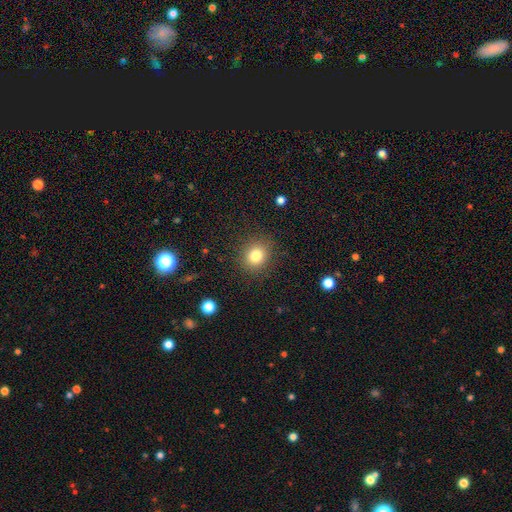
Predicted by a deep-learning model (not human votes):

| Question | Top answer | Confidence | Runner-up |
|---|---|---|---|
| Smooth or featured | smooth | 81% | star or artifact (12%) |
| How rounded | round | 80% | in between (19%) |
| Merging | none | 88% | minor disturbance (7%) |